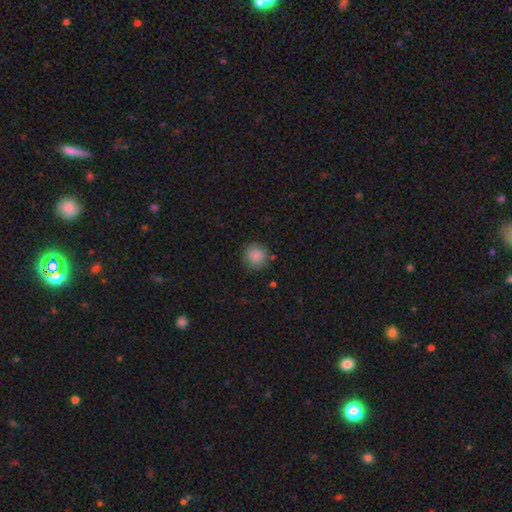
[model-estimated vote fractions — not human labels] Smooth or featured?
  - smooth: 87% *
  - star or artifact: 9%
  - featured or disk: 4%
How rounded?
  - round: 94% *
  - in between: 5%
  - cigar-shaped: 1%
Merging?
  - none: 86% *
  - minor disturbance: 9%
  - major disturbance: 2%
  - merger: 2%